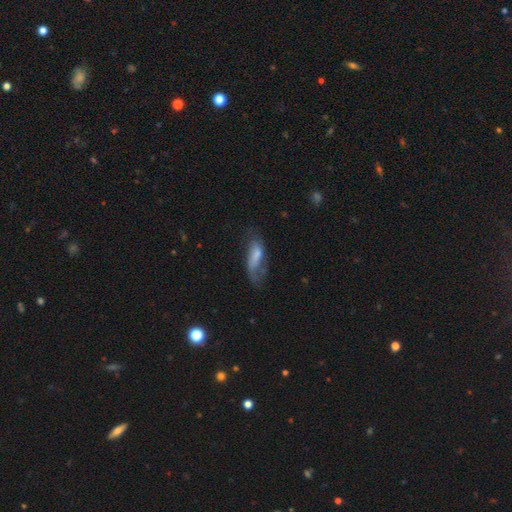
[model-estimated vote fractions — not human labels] This is possibly a smooth galaxy (58%). How rounded: likely in between (69%). Merging: marginally major disturbance (35%).